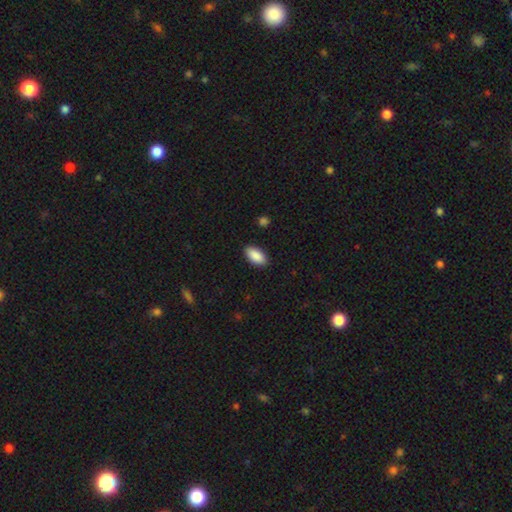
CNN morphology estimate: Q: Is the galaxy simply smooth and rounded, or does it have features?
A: smooth — 90%.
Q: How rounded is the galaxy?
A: in between — 92%.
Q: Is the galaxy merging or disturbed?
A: none — 89%.